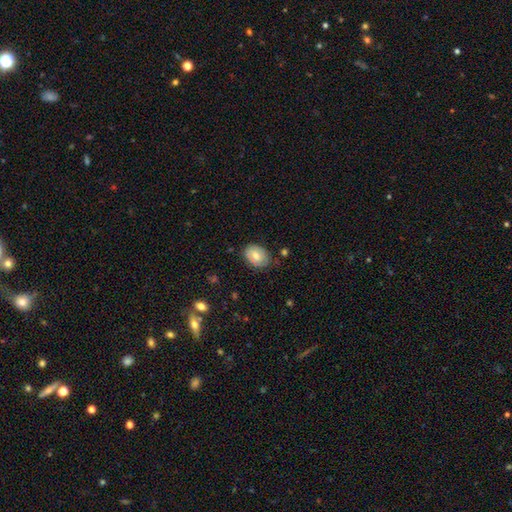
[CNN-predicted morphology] smooth-or-featured: smooth: 67% | featured or disk: 25% | star or artifact: 8%
  how-rounded: in between: 70% | round: 29% | cigar-shaped: 1%
  merging: none: 74% | minor disturbance: 20% | major disturbance: 4% | merger: 2%